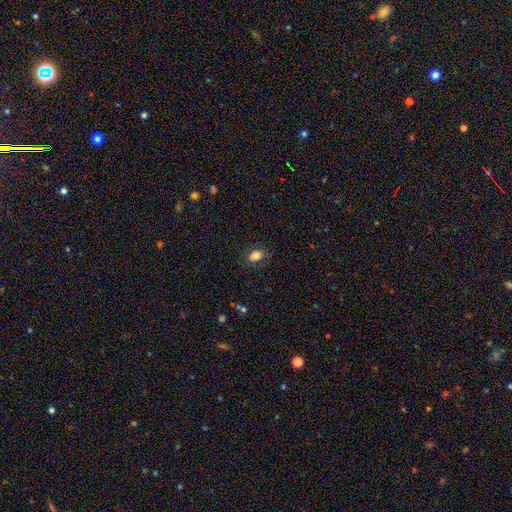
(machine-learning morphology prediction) smooth-or-featured: smooth: 82% | star or artifact: 10% | featured or disk: 8%
  how-rounded: in between: 76% | round: 23% | cigar-shaped: 1%
  merging: none: 82% | minor disturbance: 13% | major disturbance: 4% | merger: 1%